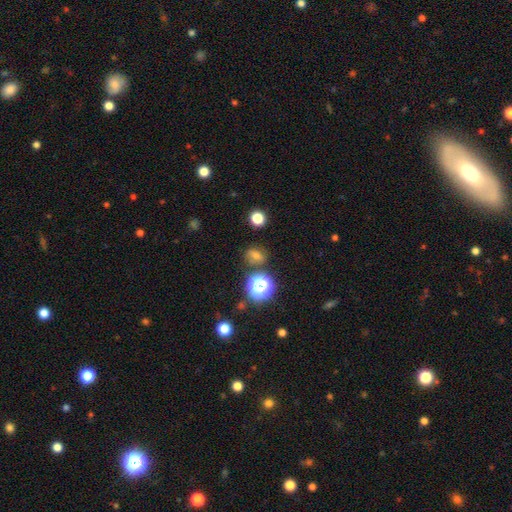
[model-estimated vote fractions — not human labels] A smooth galaxy with no disk features (51%) that is round (59%).

Vote fractions:
- Smooth or featured? smooth: 51% / star or artifact: 37% / featured or disk: 12%
- How rounded? round: 59% / in between: 39% / cigar-shaped: 2%
- Merging? none: 80% / minor disturbance: 11% / merger: 5% / major disturbance: 4%